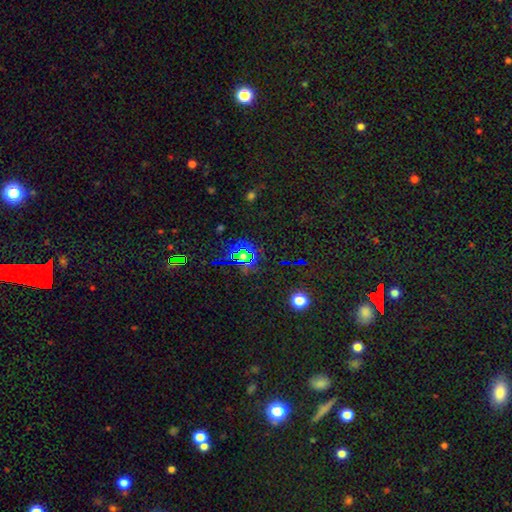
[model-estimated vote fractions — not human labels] Smooth or featured? star or artifact (76%)